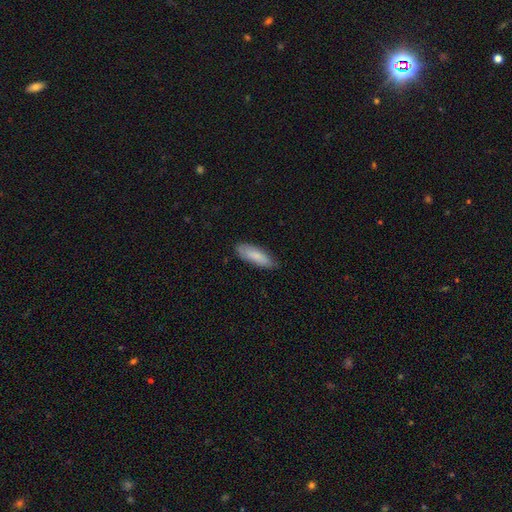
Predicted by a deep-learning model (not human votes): smooth 83%, featured or disk 11%, star or artifact 6%. Down the decision tree: how rounded — in between (53%); merging — none (80%).